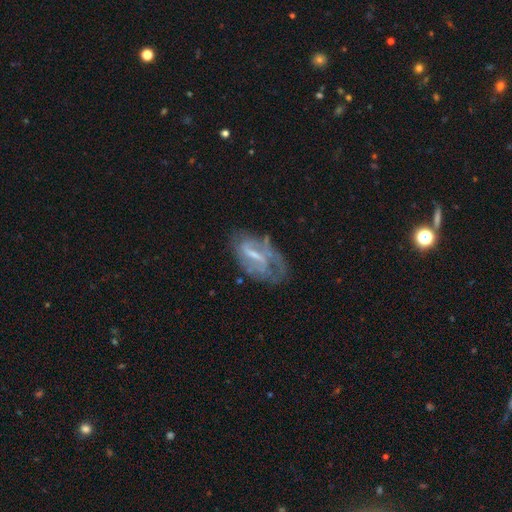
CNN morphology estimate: smooth_or_featured: featured or disk (p=0.71) [alt: smooth p=0.21]
disk_edge_on: no (p=0.93) [alt: yes p=0.07]
bar: weak (p=0.47) [alt: strong p=0.34]
has_spiral_arms: yes (p=0.66) [alt: no p=0.34]
bulge_size: small (p=0.45) [alt: moderate p=0.29]
merging: none (p=0.46) [alt: minor disturbance p=0.27]